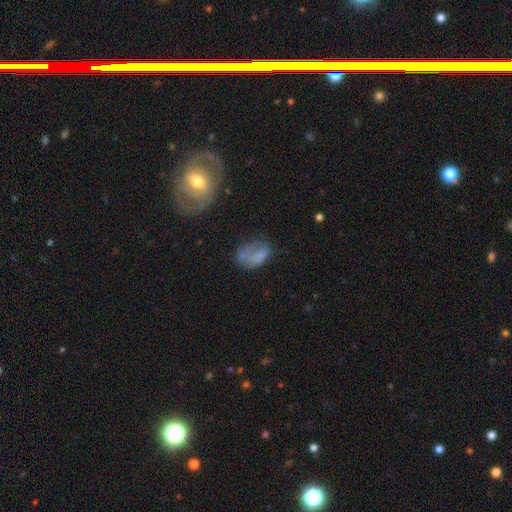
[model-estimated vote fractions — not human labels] This appears to be a smooth galaxy with no disk features (62%) that is in between round and cigar-shaped (84%). Merging: none (36%).